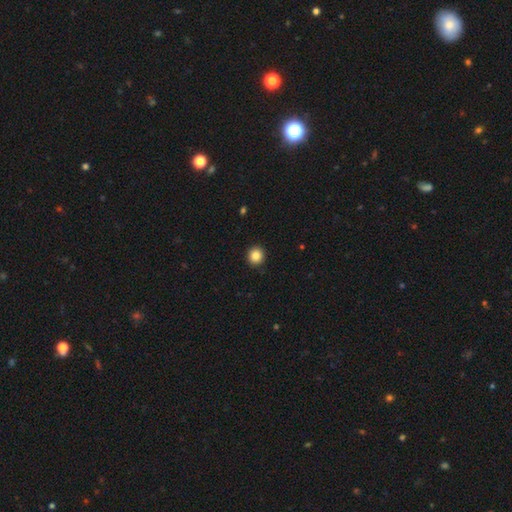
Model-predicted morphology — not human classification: A smooth galaxy with no disk features (86%) that is round (93%). Merging: none (93%).